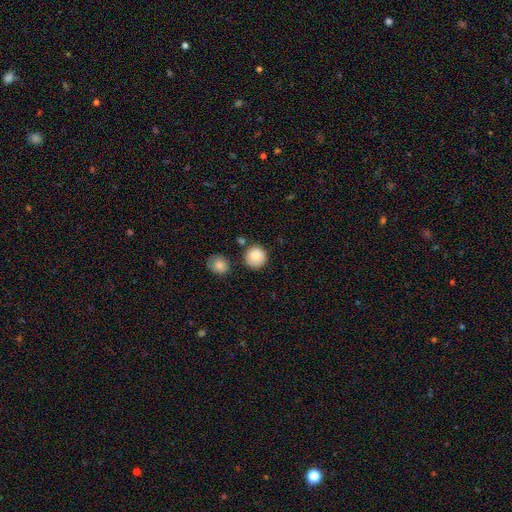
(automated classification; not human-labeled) Smooth or featured? smooth (88%)
How rounded? round (93%)
Merging? none (79%)